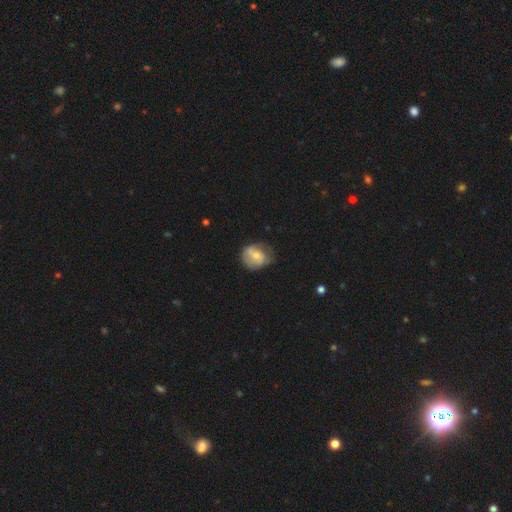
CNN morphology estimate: This is possibly a featured or disk galaxy (48%). Merging: possibly none (55%).